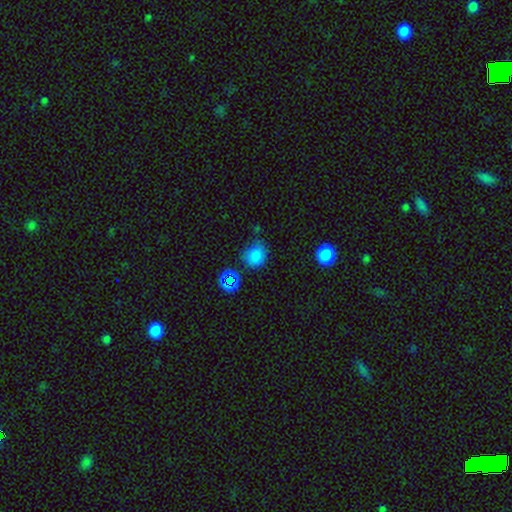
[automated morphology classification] Smooth or featured? smooth (78%)
How rounded? round (71%)
Merging? none (64%)